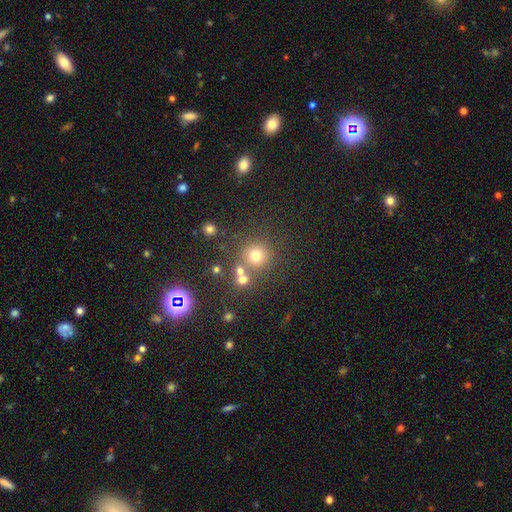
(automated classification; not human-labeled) Smooth or featured?
  - smooth: 71% *
  - star or artifact: 20%
  - featured or disk: 9%
How rounded?
  - round: 92% *
  - in between: 7%
  - cigar-shaped: 1%
Merging?
  - none: 72% *
  - merger: 15%
  - minor disturbance: 9%
  - major disturbance: 4%